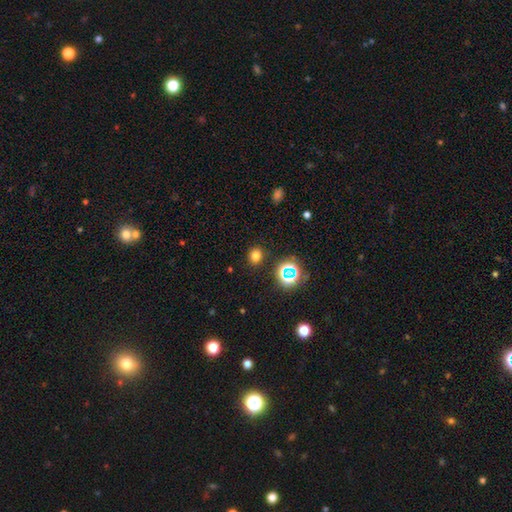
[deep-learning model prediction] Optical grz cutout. It shows a smooth galaxy with no disk features (74%) that is round (67%). Merging: none (88%).